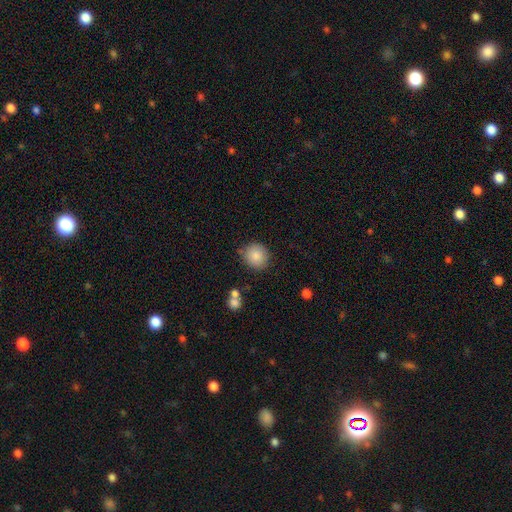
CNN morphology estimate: A smooth galaxy with no disk features (85%) that is round (87%). Merging: none (81%).